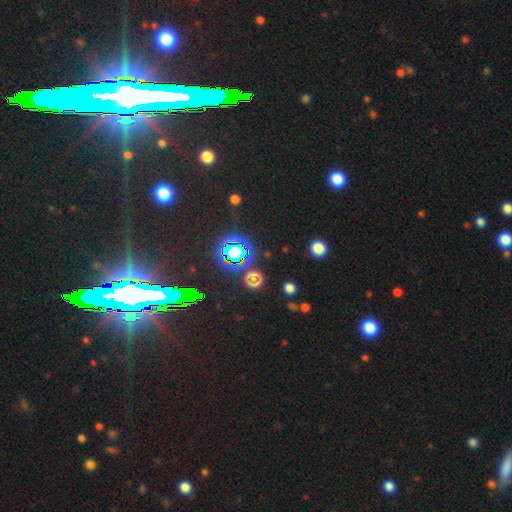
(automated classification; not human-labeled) Q: Smooth or featured?
A: star or artifact (78%); runner-up: featured or disk (12%)